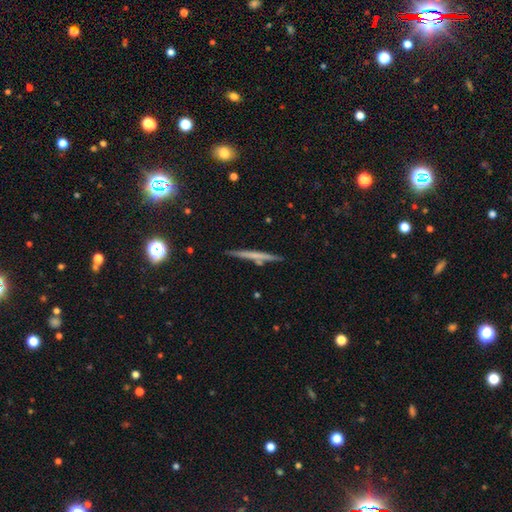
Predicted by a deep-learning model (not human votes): featured or disk 48%, smooth 45%, star or artifact 7%. Down the decision tree: merging — none (86%).